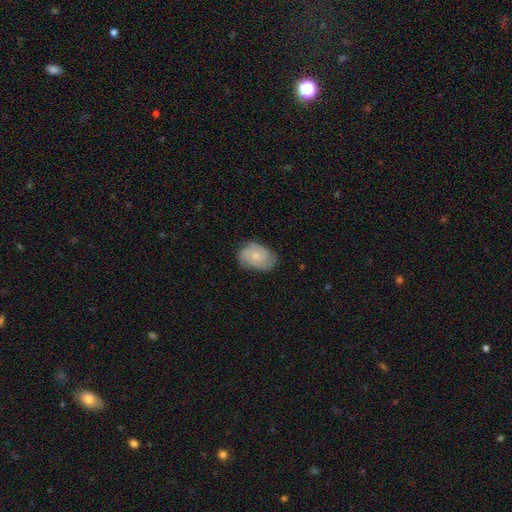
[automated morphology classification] A featured or disk galaxy (56%) with no bar (75%), spiral arms (90%) and a small central bulge (55%).

Vote fractions:
- Smooth or featured? featured or disk: 56% / smooth: 37% / star or artifact: 7%
- Edge-on disk? no: 97% / yes: 3%
- Bar? no: 75% / weak: 22% / strong: 3%
- Spiral arms? yes: 90% / no: 10%
- Bulge size? small: 55% / moderate: 34% / none: 8% / large: 2% / dominant: 1%
- Merging? none: 71% / minor disturbance: 23% / major disturbance: 5% / merger: 1%